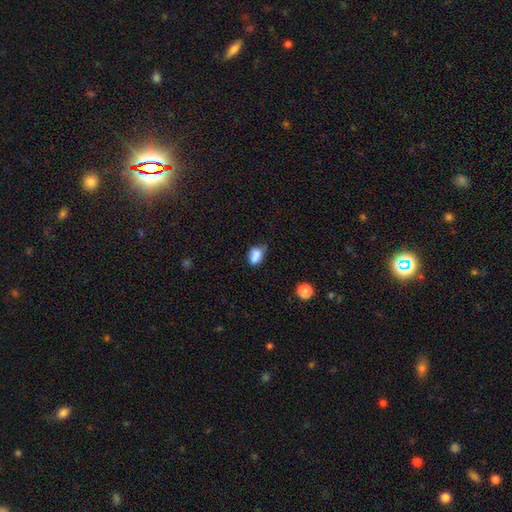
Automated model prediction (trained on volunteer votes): Smooth or featured?
  - smooth: 80% *
  - star or artifact: 10%
  - featured or disk: 10%
How rounded?
  - in between: 74% *
  - round: 24%
  - cigar-shaped: 2%
Merging?
  - none: 42% *
  - minor disturbance: 34%
  - merger: 14%
  - major disturbance: 10%